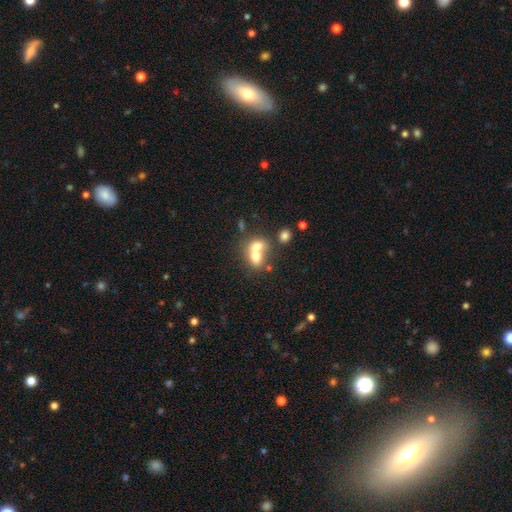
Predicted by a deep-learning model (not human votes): A smooth galaxy with no disk features (69%) that is round (50%).

Vote fractions:
- Smooth or featured? smooth: 69% / featured or disk: 21% / star or artifact: 10%
- How rounded? round: 50% / in between: 49% / cigar-shaped: 1%
- Merging? merger: 70% / none: 21% / minor disturbance: 6% / major disturbance: 3%